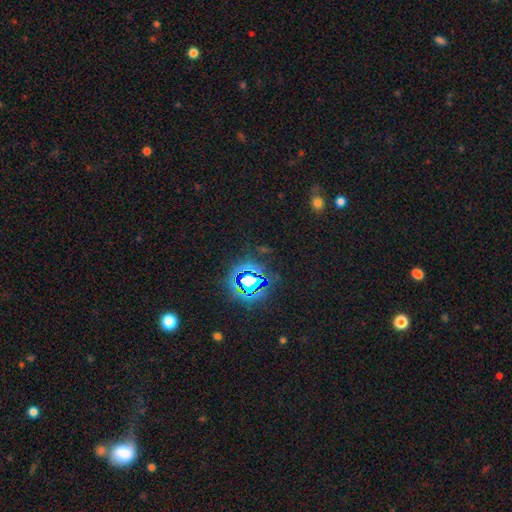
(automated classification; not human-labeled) This appears to be a star or artifact, not a galaxy (81%).